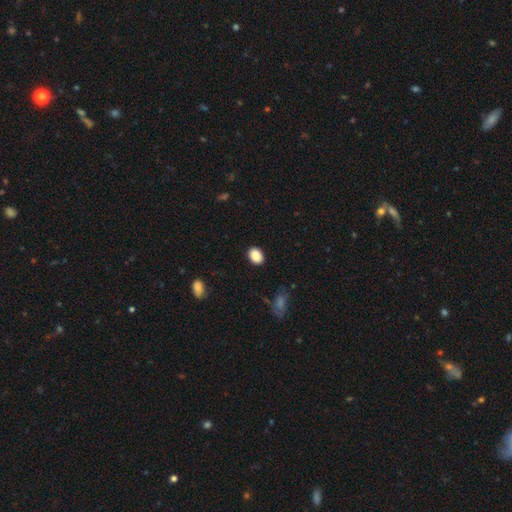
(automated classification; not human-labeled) Morphology: type=smooth (88%); roundness=in between (70%); merging=none (88%).